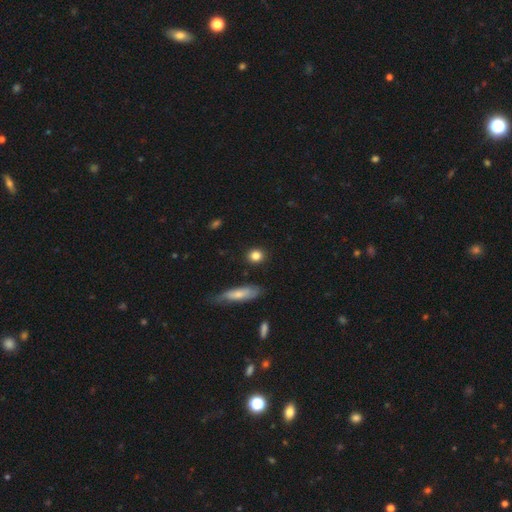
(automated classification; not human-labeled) Smooth or featured: smooth — 84% (star or artifact — 9%)
How rounded: round — 78% (in between — 18%)
Merging: none — 88% (minor disturbance — 8%)